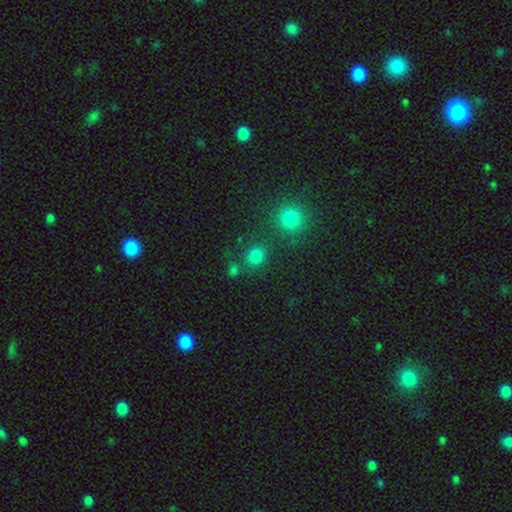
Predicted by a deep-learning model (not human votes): smooth_or_featured: smooth (p=0.78) [alt: star or artifact p=0.17]
how_rounded: round (p=0.84) [alt: in between p=0.15]
merging: none (p=0.72) [alt: merger p=0.14]